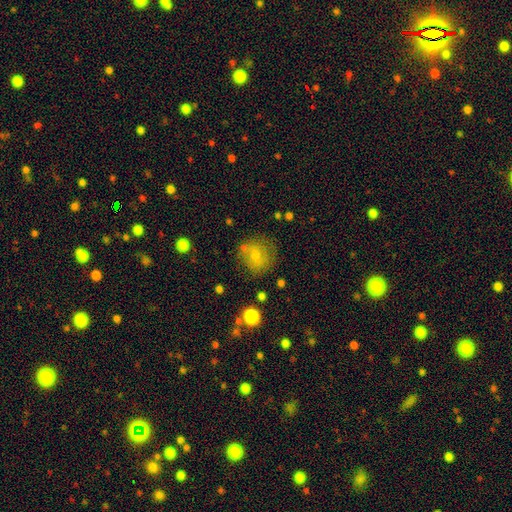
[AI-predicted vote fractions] Smooth or featured? Predicted: smooth (p=0.66). How rounded? Predicted: round (p=0.86). Merging? Predicted: none (p=0.75).